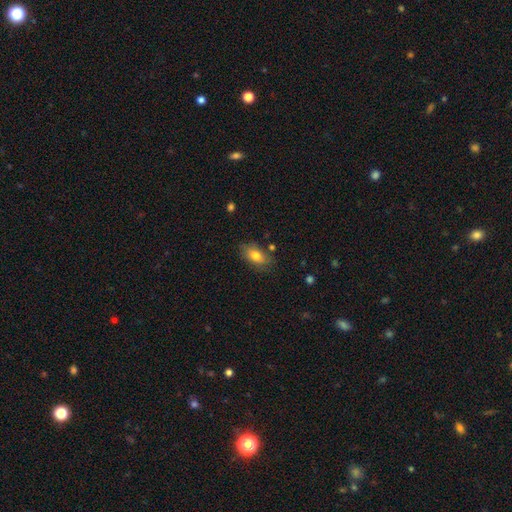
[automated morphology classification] Overall: smooth (76%). How rounded: in between (87%). Merging: none (75%).